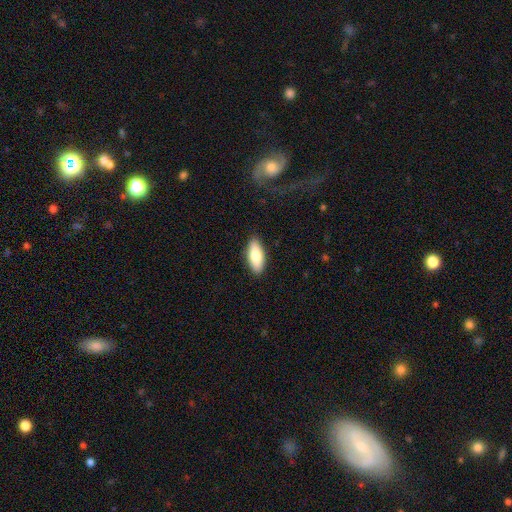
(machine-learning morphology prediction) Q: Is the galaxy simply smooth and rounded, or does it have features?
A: smooth — 78%.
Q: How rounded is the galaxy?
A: in between — 81%.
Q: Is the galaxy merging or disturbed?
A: none — 89%.